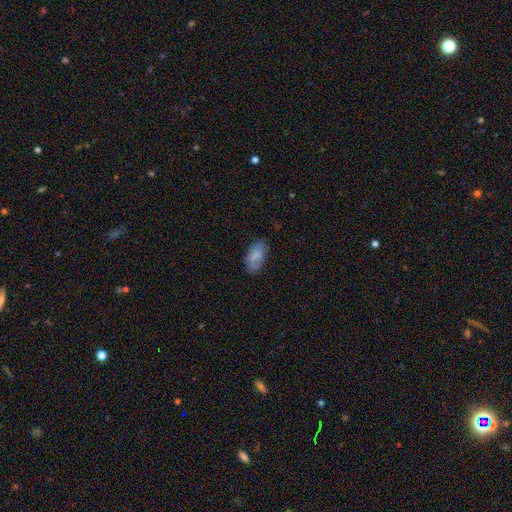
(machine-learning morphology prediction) smooth 77%, featured or disk 16%, star or artifact 7%. Down the decision tree: how rounded — in between (94%); merging — none (68%).